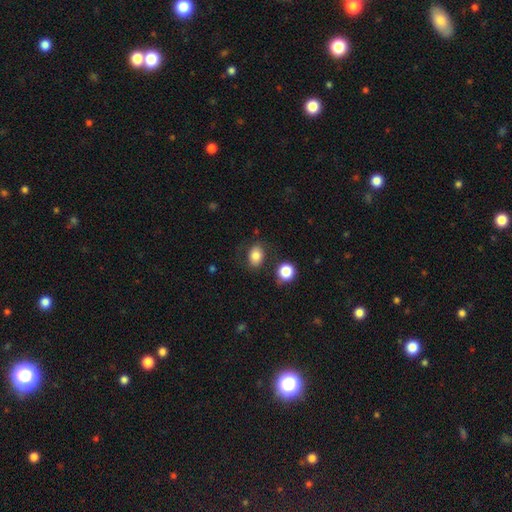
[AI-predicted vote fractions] This appears to be a smooth galaxy with no disk features (82%) that is in between round and cigar-shaped (71%). Merging: none (76%).